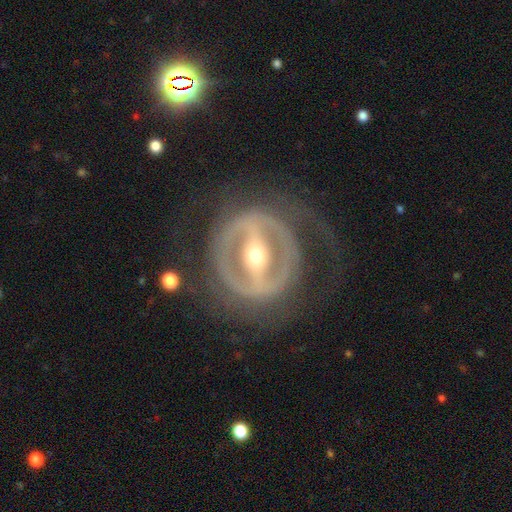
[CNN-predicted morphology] Smooth or featured? Predicted: featured or disk (p=0.82). Edge-on disk? Predicted: no (p=0.92). Bar? Predicted: strong (p=0.74). Spiral arms? Predicted: no (p=0.60). Bulge size? Predicted: moderate (p=0.59). Merging? Predicted: none (p=0.62).